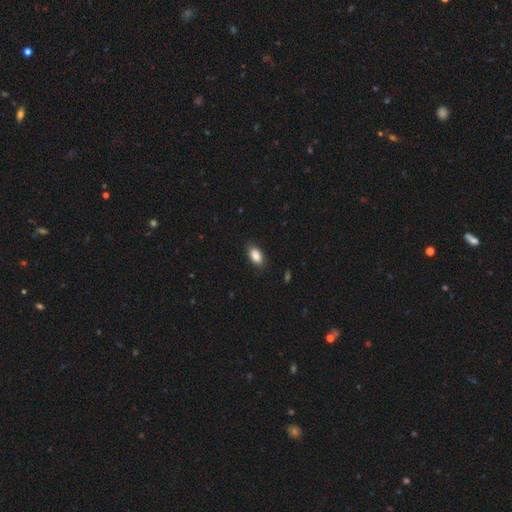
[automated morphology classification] Smooth or featured?
  - smooth: 88% *
  - star or artifact: 7%
  - featured or disk: 5%
How rounded?
  - in between: 91% *
  - round: 5%
  - cigar-shaped: 4%
Merging?
  - none: 85% *
  - minor disturbance: 12%
  - major disturbance: 2%
  - merger: 1%